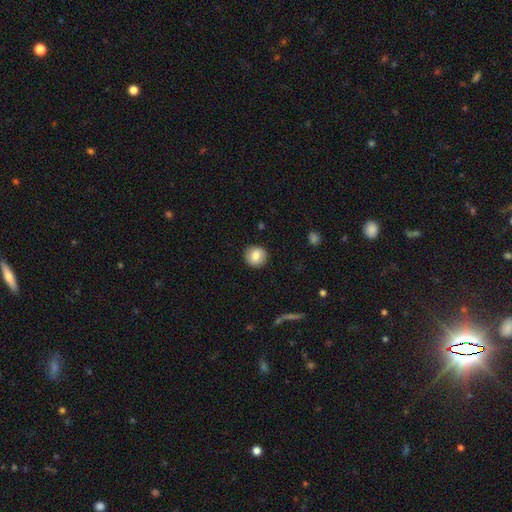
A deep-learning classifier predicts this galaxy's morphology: smooth-or-featured: smooth: 81% | featured or disk: 11% | star or artifact: 8%
  how-rounded: round: 90% | in between: 9% | cigar-shaped: 1%
  merging: none: 90% | minor disturbance: 7% | major disturbance: 2% | merger: 1%